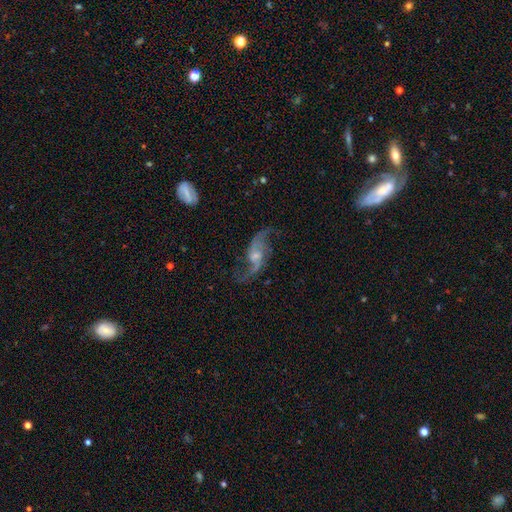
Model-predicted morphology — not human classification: featured or disk 89%, star or artifact 6%, smooth 5%. Down the decision tree: edge-on disk — no (97%); bar — no (49%); spiral arms — yes (96%); spiral arm count — 2 (93%); spiral winding — loose (84%); bulge size — small (56%); merging — none (71%).